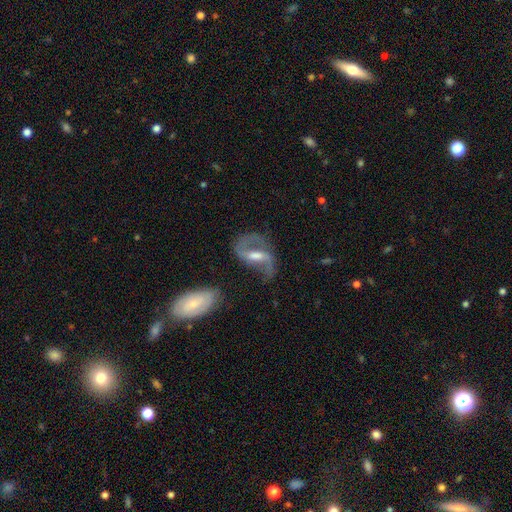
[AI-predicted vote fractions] This appears to be a featured or disk galaxy (84%) with a weak bar (47%), 2 (88%) loose (56%) spiral arms (92%) and a moderate central bulge (52%). Merging: none (58%).